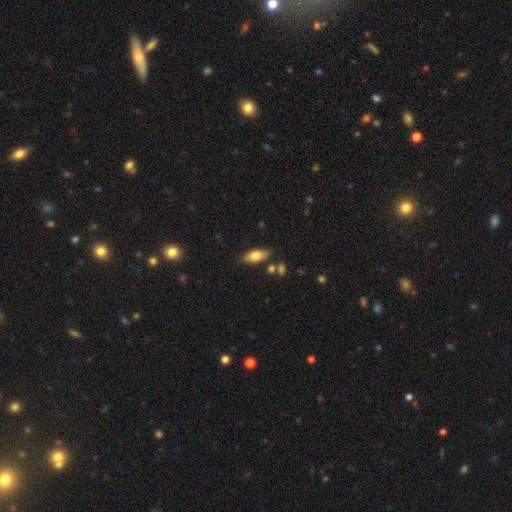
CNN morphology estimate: Smooth or featured: smooth — 74% (featured or disk — 19%)
How rounded: in between — 82% (cigar-shaped — 15%)
Merging: none — 80% (minor disturbance — 13%)